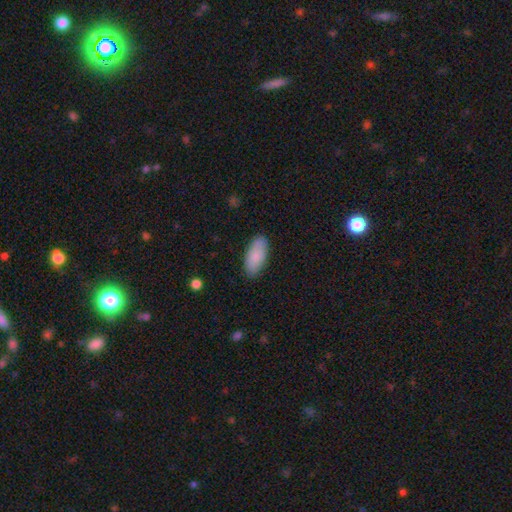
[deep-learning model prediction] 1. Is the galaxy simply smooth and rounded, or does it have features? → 87% smooth, 7% featured or disk, 6% star or artifact.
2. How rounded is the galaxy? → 88% in between, 10% cigar-shaped, 2% round.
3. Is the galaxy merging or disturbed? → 86% none, 11% minor disturbance, 2% major disturbance, 1% merger.